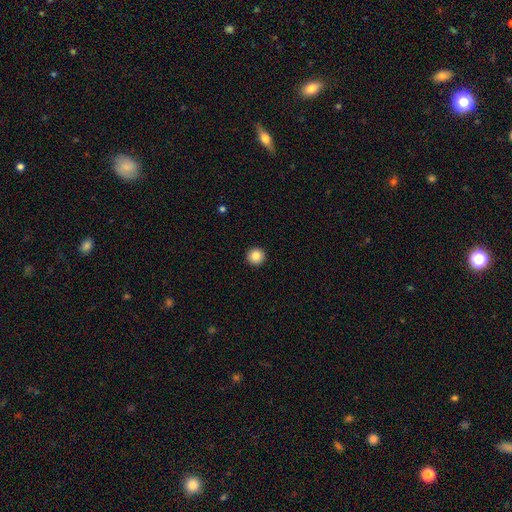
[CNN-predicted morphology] This is clearly a smooth galaxy (85%). How rounded: clearly round (96%). Merging: clearly none (94%).